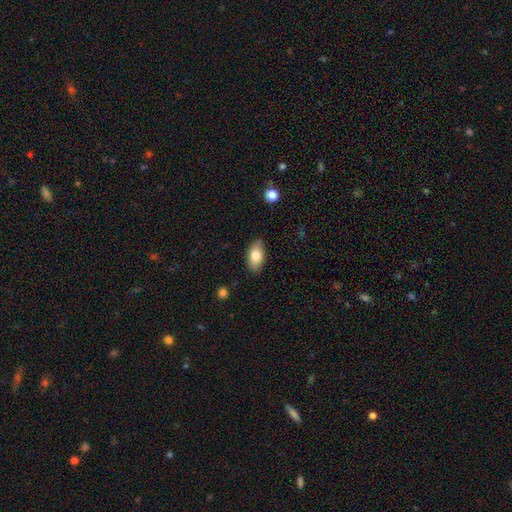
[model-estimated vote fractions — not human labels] Smooth or featured? smooth (80%)
How rounded? in between (92%)
Merging? none (83%)